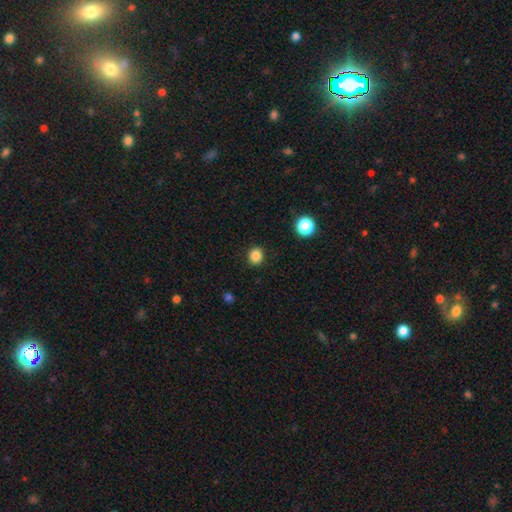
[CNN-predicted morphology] Smooth or featured: smooth — 85% (star or artifact — 12%)
How rounded: round — 87% (in between — 12%)
Merging: none — 91% (minor disturbance — 6%)